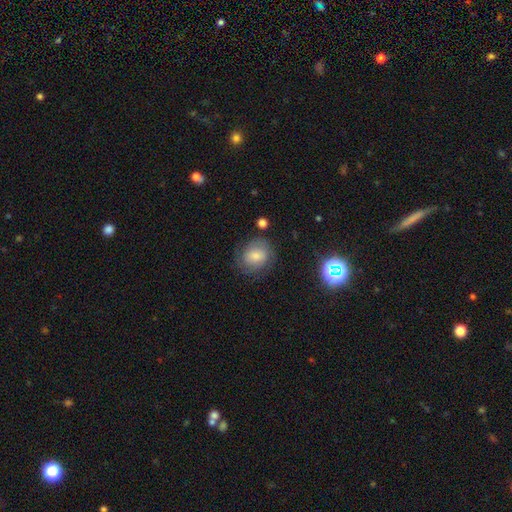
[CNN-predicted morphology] Smooth or featured? smooth (58%)
How rounded? round (67%)
Merging? none (73%)